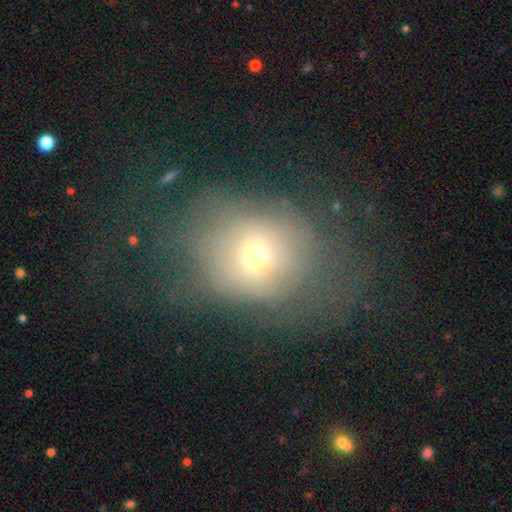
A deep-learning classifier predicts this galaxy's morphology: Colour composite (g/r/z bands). It shows a smooth galaxy with no disk features (56%) that is round (63%). Merging: none (47%).